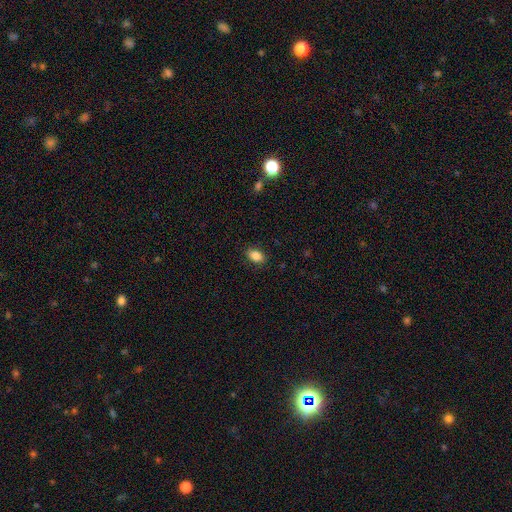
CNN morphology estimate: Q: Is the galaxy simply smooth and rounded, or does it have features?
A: smooth — 87%.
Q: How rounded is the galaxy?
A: in between — 87%.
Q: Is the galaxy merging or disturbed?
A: none — 88%.